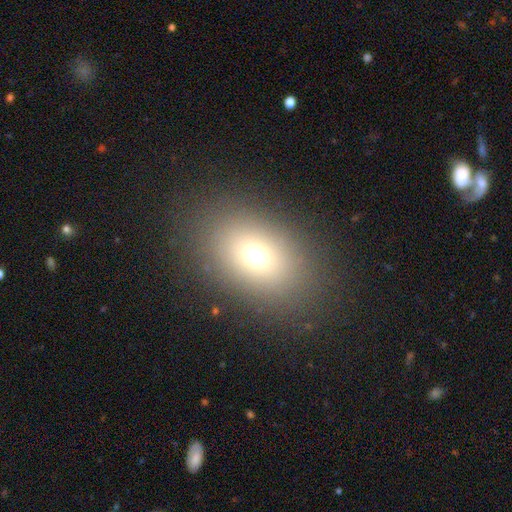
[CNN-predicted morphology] type=smooth (67%); roundness=in between (67%); merging=none (84%).